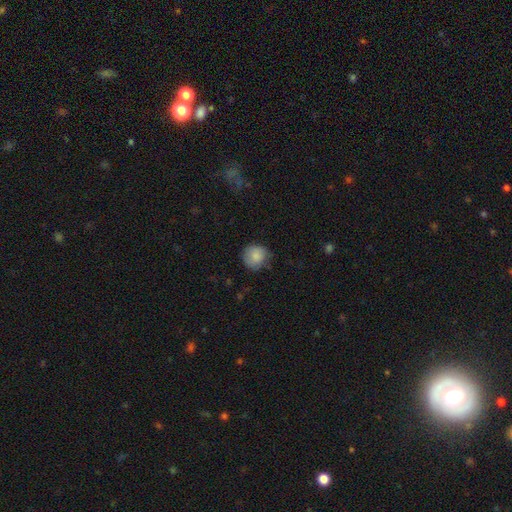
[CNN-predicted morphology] Smooth or featured?
  - smooth: 86% *
  - star or artifact: 7%
  - featured or disk: 7%
How rounded?
  - round: 89% *
  - in between: 10%
  - cigar-shaped: 1%
Merging?
  - none: 73% *
  - minor disturbance: 21%
  - major disturbance: 4%
  - merger: 1%